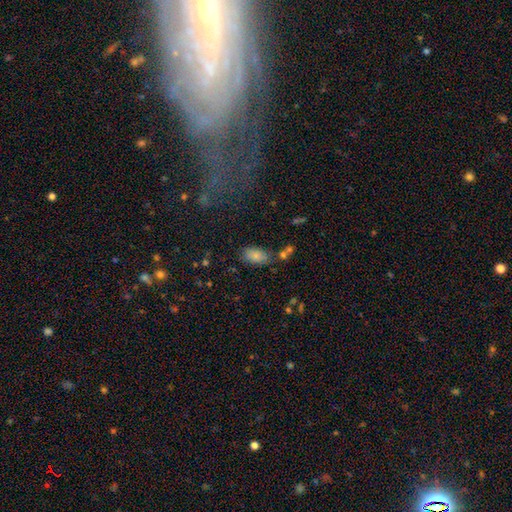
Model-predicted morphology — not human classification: smooth_or_featured: smooth (p=0.82) [alt: star or artifact p=0.10]
how_rounded: in between (p=0.92) [alt: round p=0.05]
merging: none (p=0.70) [alt: minor disturbance p=0.17]